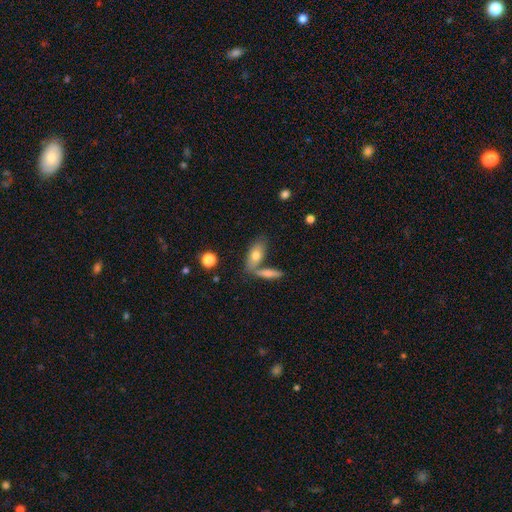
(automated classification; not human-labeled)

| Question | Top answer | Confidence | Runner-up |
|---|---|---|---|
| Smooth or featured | smooth | 71% | featured or disk (22%) |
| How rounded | in between | 79% | cigar-shaped (17%) |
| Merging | none | 54% | merger (30%) |